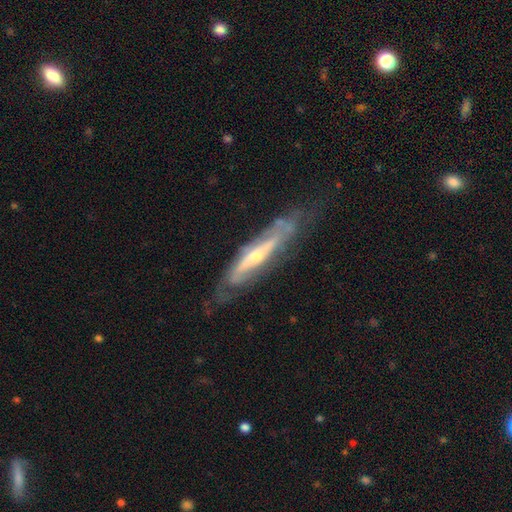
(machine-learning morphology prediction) The model was most divided on "edge-on disk": no: 53%, yes: 47%. More confident: smooth or featured — featured or disk (80%); merging — none (65%).